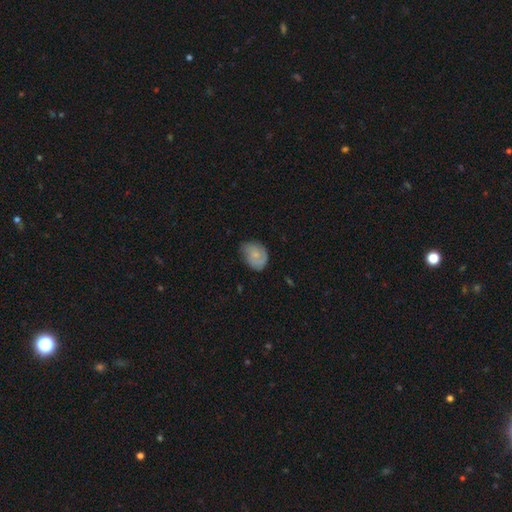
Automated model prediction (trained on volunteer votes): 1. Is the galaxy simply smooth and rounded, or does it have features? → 61% smooth, 31% featured or disk, 7% star or artifact.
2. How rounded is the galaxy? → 63% in between, 36% round, 1% cigar-shaped.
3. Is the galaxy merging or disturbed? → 56% none, 34% minor disturbance, 8% major disturbance, 1% merger.